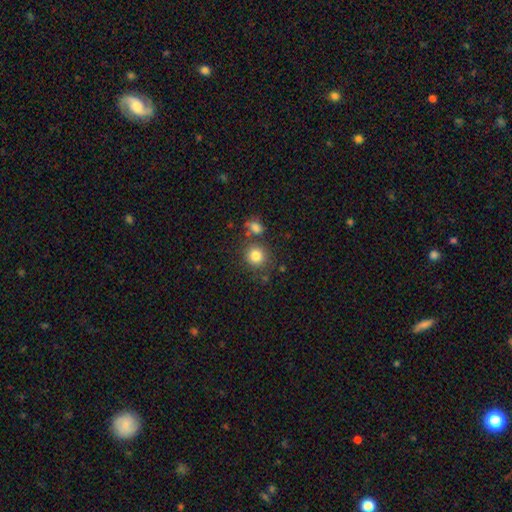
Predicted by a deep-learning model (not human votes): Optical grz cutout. It shows a smooth galaxy with no disk features (82%) that is round (88%). Merging: none (74%).